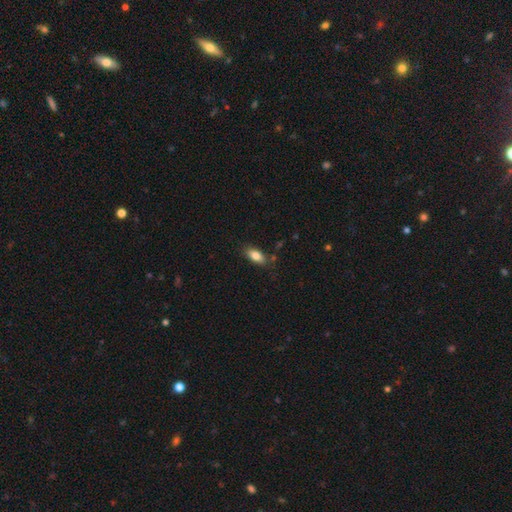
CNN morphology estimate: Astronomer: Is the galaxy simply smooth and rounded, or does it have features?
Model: smooth — 83%.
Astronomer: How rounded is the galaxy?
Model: in between — 88%.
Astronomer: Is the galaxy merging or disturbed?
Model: none — 79%.